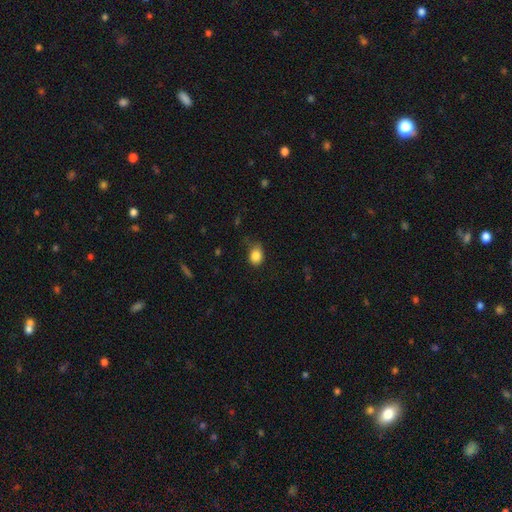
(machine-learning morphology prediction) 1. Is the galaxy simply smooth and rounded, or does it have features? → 85% smooth, 10% star or artifact, 5% featured or disk.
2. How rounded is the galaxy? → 53% round, 46% in between, 1% cigar-shaped.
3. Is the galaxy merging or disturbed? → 57% none, 32% minor disturbance, 9% major disturbance, 2% merger.